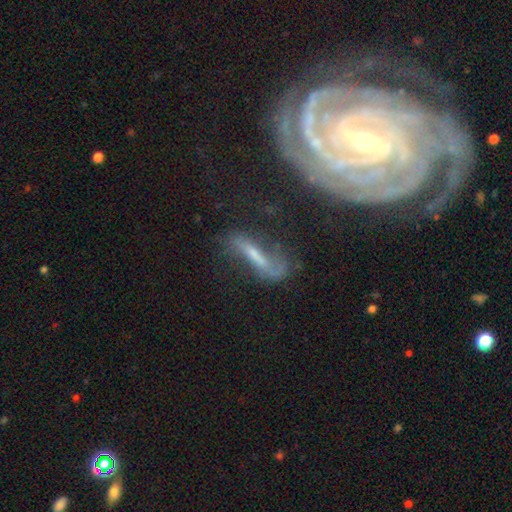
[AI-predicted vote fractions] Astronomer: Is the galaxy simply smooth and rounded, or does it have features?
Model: featured or disk — 56%.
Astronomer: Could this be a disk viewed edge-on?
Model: no — 65%.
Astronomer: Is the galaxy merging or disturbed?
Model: none — 43% (runner-up: major disturbance, 25%).